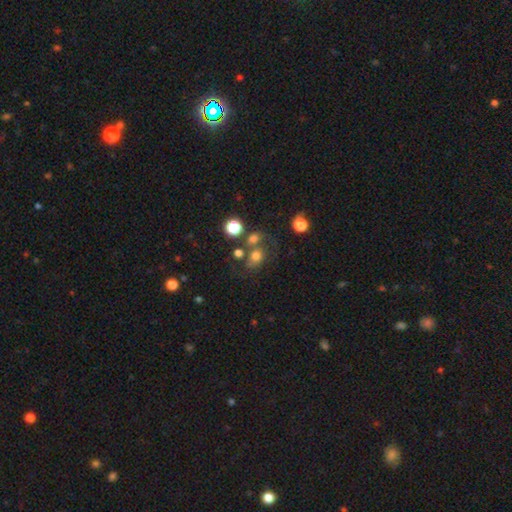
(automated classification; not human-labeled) Smooth or featured: smooth — 68% (star or artifact — 18%)
How rounded: round — 63% (in between — 36%)
Merging: none — 49% (merger — 25%)